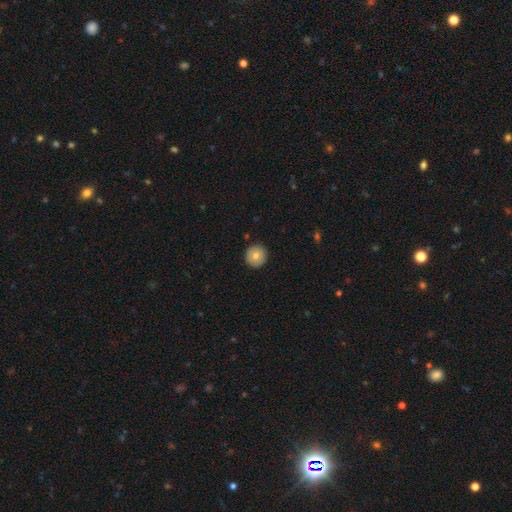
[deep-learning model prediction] smooth 76%, featured or disk 17%, star or artifact 8%. Down the decision tree: how rounded — round (95%); merging — none (91%).